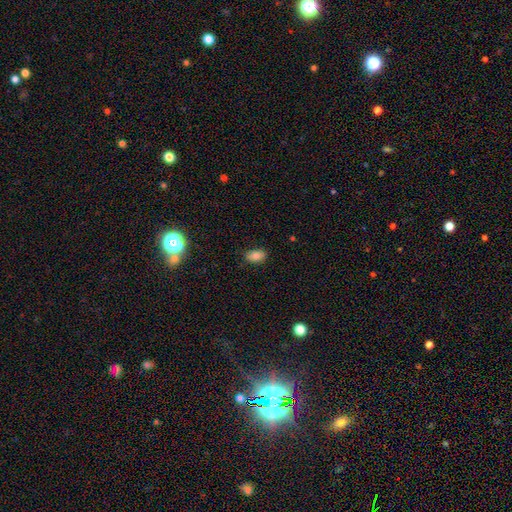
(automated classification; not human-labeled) This appears to be a smooth galaxy with no disk features (82%) that is in between round and cigar-shaped (90%). Merging: none (83%).